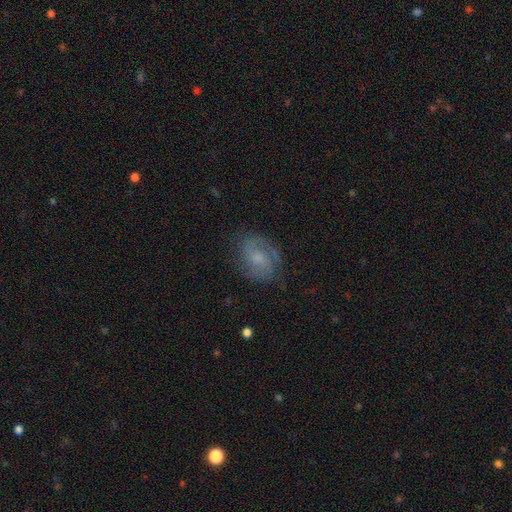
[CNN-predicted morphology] This is likely a featured or disk galaxy (62%). It is clearly not viewed edge-on (97%). Bar: possibly no (53%). Spiral arm pattern: clearly yes (89%). Spiral arm count: likely 2 (71%). Spiral winding: possibly medium (45%). Central bulge: marginally small (40%). Merging: likely none (76%).